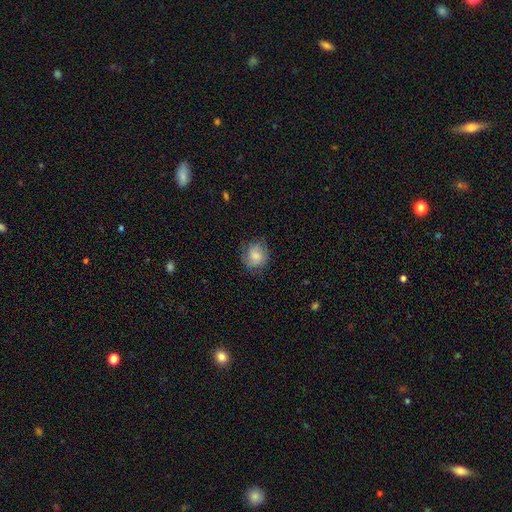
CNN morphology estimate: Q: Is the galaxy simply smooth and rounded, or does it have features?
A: smooth — 74%.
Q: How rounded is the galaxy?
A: round — 75%.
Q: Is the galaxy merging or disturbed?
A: none — 69%.